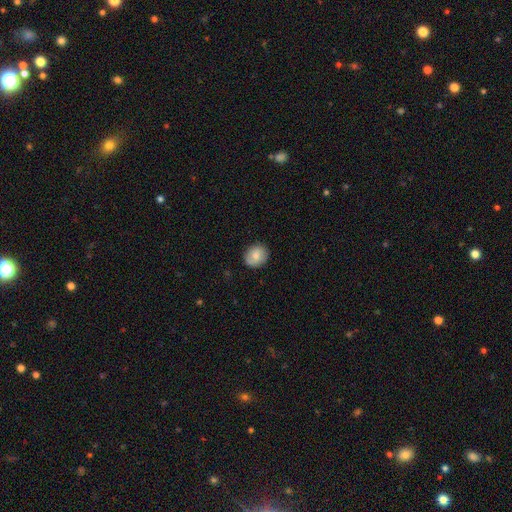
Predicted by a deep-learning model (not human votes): Morphology: type=smooth (76%); roundness=round (69%); merging=none (83%).